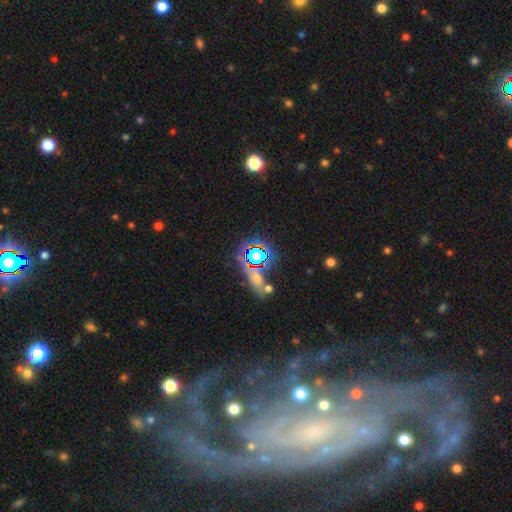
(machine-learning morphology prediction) smooth_or_featured: star or artifact (p=0.57) [alt: smooth p=0.30]